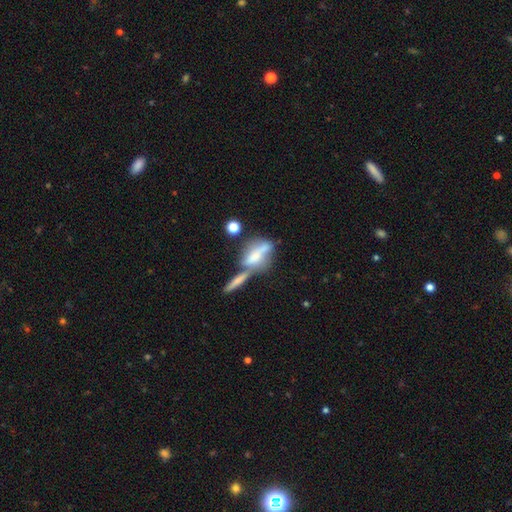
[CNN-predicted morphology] Q: Smooth or featured?
A: smooth (47%); runner-up: featured or disk (43%)
Q: Merging?
A: merger (46%); runner-up: none (30%)